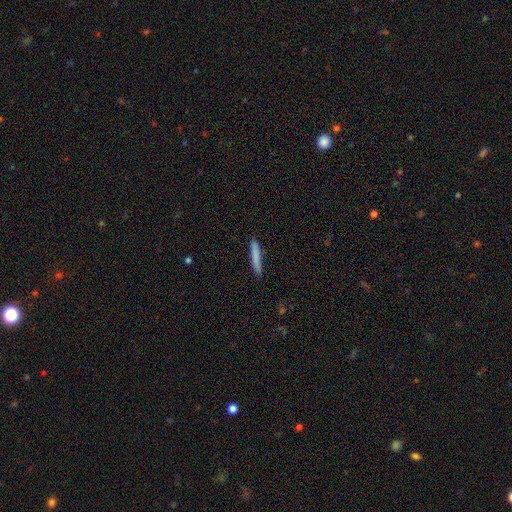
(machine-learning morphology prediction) Q: Smooth or featured?
A: smooth (79%); runner-up: featured or disk (15%)
Q: How rounded?
A: cigar-shaped (95%); runner-up: in between (4%)
Q: Merging?
A: none (88%); runner-up: minor disturbance (10%)